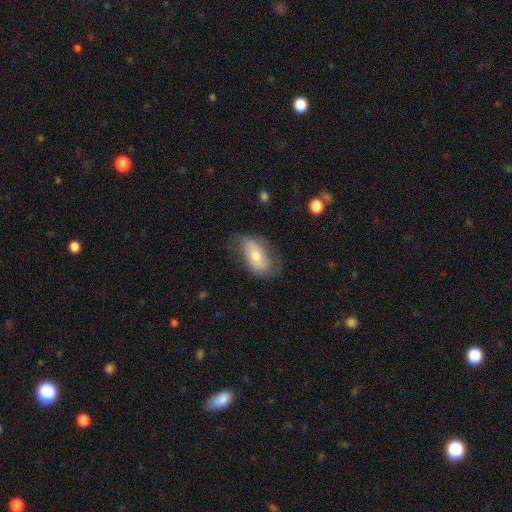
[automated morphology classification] This appears to be a smooth galaxy with no disk features (60%) that is in between round and cigar-shaped (90%). Merging: none (59%).